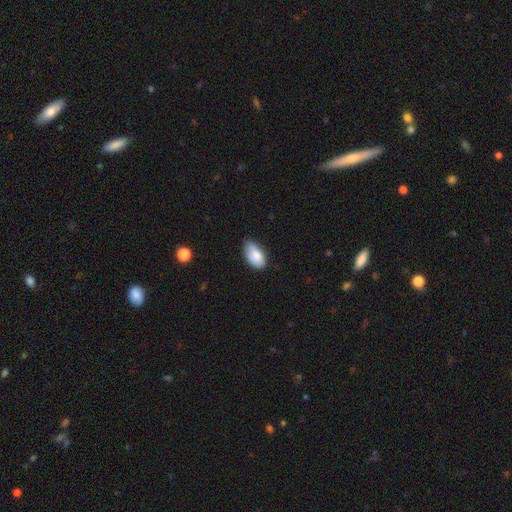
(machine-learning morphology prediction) Overall: smooth (84%). How rounded: in between (94%). Merging: none (61%; minor disturbance 33%).